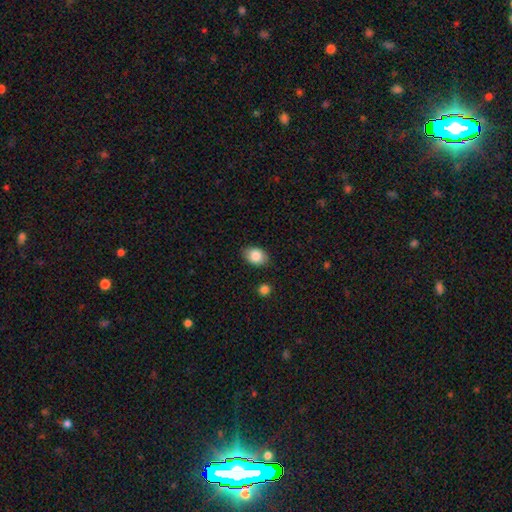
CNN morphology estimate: Overall: smooth (85%). How rounded: in between (78%). Merging: none (85%).